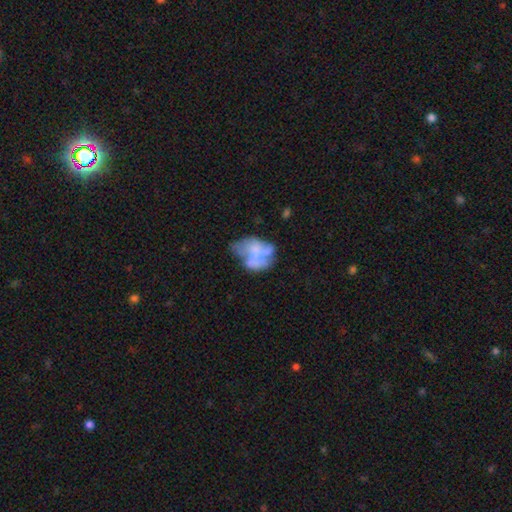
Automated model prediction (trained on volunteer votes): This appears to be a featured or disk galaxy (54%) with no bar (80%), no spiral arms (76%) and a small central bulge (47%). Merging: none (30%).